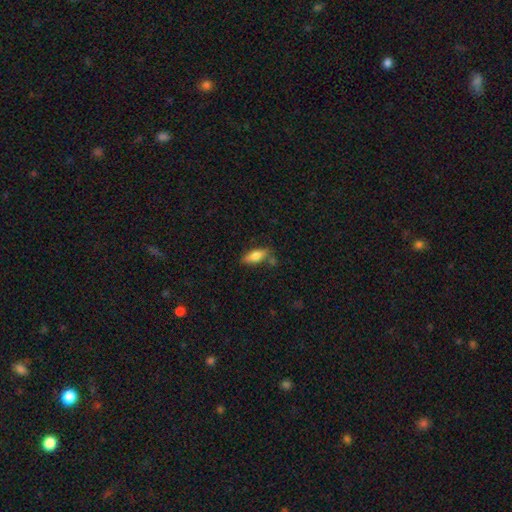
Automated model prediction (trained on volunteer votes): A smooth galaxy with no disk features (73%) that is in between round and cigar-shaped (62%).

Vote fractions:
- Smooth or featured? smooth: 73% / featured or disk: 20% / star or artifact: 7%
- How rounded? in between: 62% / cigar-shaped: 35% / round: 3%
- Merging? none: 70% / minor disturbance: 18% / merger: 8% / major disturbance: 4%